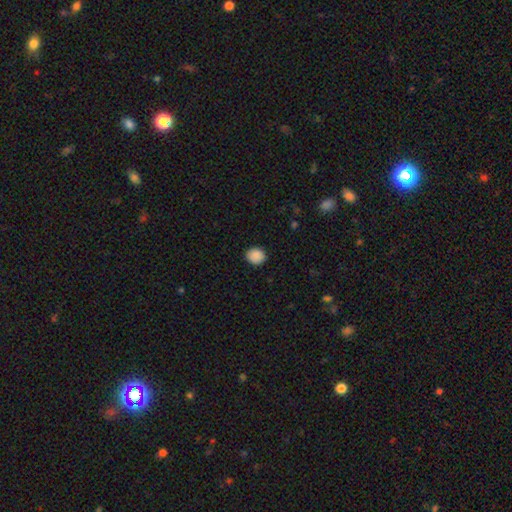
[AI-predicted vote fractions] Smooth or featured?
  - smooth: 89% *
  - star or artifact: 8%
  - featured or disk: 2%
How rounded?
  - round: 74% *
  - in between: 25%
  - cigar-shaped: 1%
Merging?
  - none: 90% *
  - minor disturbance: 7%
  - major disturbance: 2%
  - merger: 1%